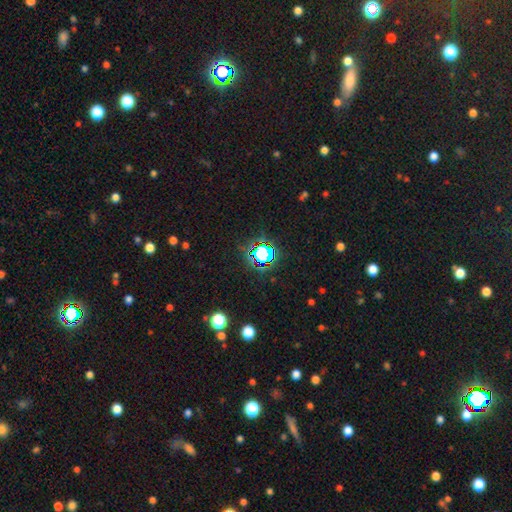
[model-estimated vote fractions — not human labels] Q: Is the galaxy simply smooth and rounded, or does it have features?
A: star or artifact — 69%.